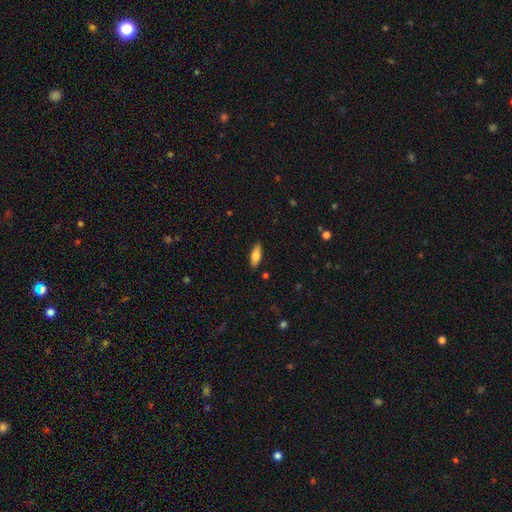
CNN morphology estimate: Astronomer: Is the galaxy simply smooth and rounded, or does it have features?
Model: smooth — 77%.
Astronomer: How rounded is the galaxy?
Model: in between — 73%.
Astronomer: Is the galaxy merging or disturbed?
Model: none — 88%.